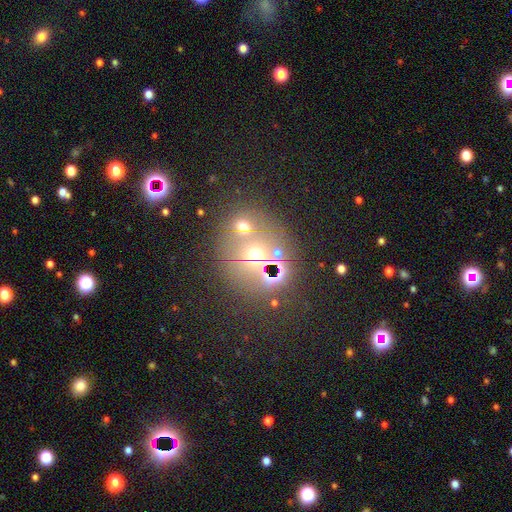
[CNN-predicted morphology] Smooth or featured? star or artifact (50%)